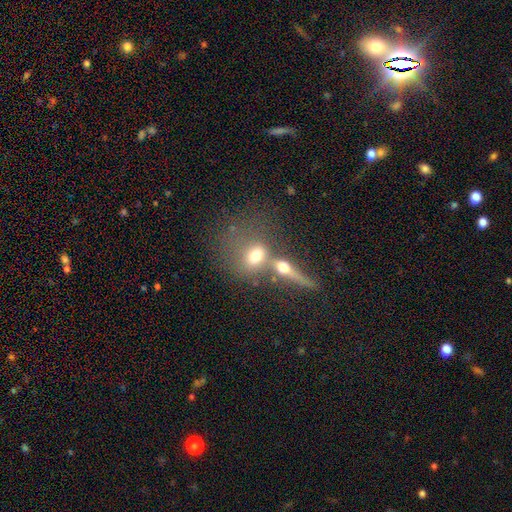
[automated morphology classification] Q: Smooth or featured?
A: smooth (57%); runner-up: featured or disk (29%)
Q: How rounded?
A: in between (47%); runner-up: round (45%)
Q: Merging?
A: merger (56%); runner-up: none (25%)